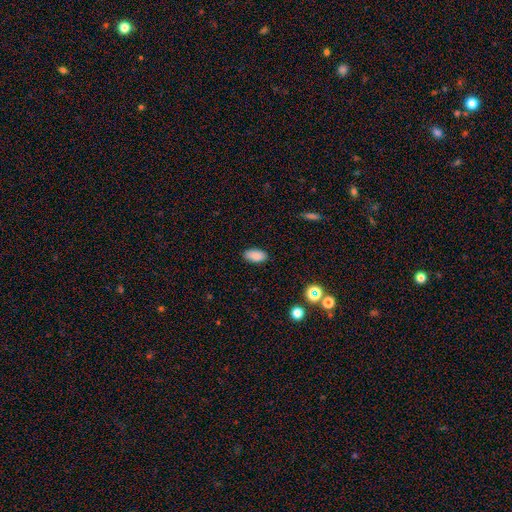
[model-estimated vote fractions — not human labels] Smooth or featured?
  - smooth: 87% *
  - star or artifact: 9%
  - featured or disk: 4%
How rounded?
  - in between: 93% *
  - cigar-shaped: 4%
  - round: 3%
Merging?
  - none: 87% *
  - minor disturbance: 9%
  - major disturbance: 2%
  - merger: 1%